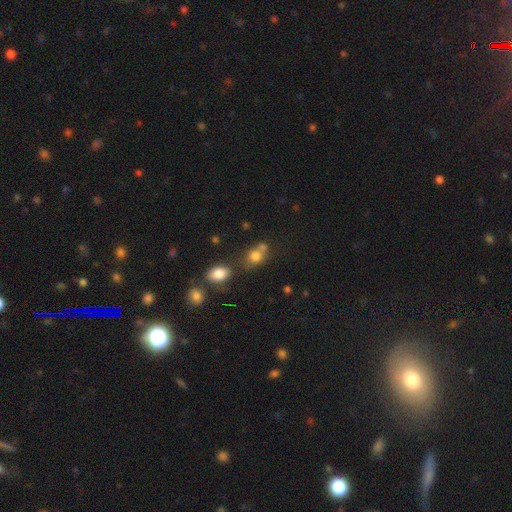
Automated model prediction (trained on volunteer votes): Overall: smooth (78%). How rounded: round (57%; in between 41%). Merging: none (46%; merger 34%).